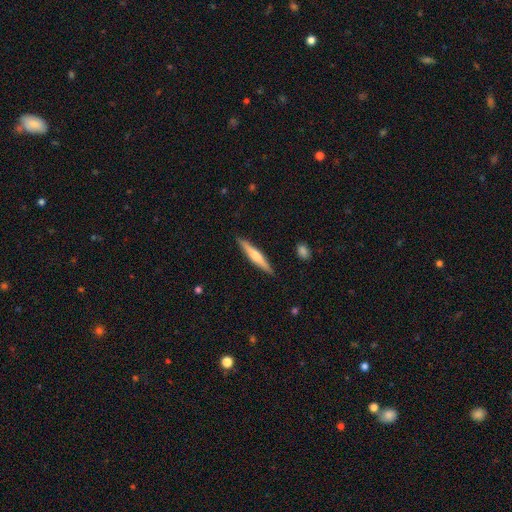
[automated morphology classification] type=smooth (48%); merging=none (89%).